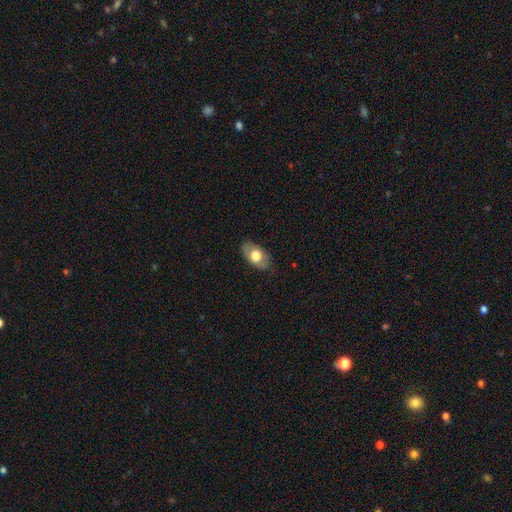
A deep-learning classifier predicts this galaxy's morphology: This is possibly a smooth galaxy (59%). How rounded: clearly in between (89%). Merging: likely none (80%).